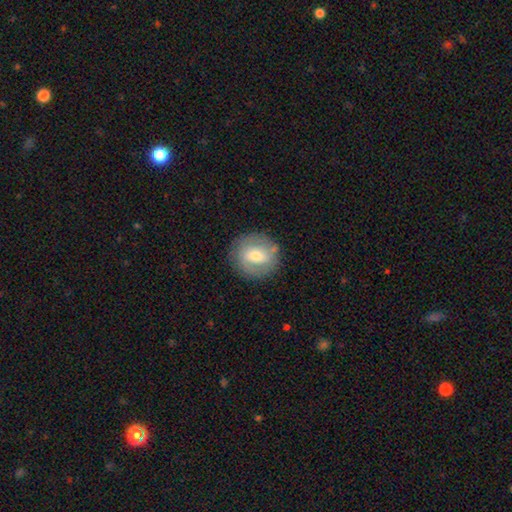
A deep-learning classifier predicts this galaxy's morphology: This appears to be a smooth galaxy with no disk features (50%) that is round (87%). Merging: none (83%).